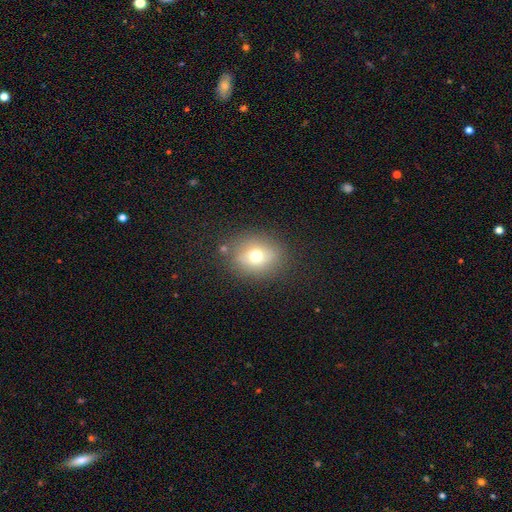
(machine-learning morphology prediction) Smooth or featured? smooth (67%)
How rounded? round (67%)
Merging? none (79%)